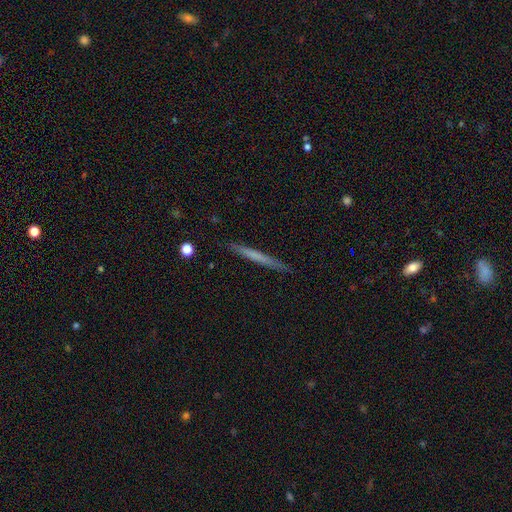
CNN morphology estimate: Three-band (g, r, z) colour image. It shows a smooth galaxy with no disk features (56%) that is cigar-shaped (97%). Merging: none (90%).